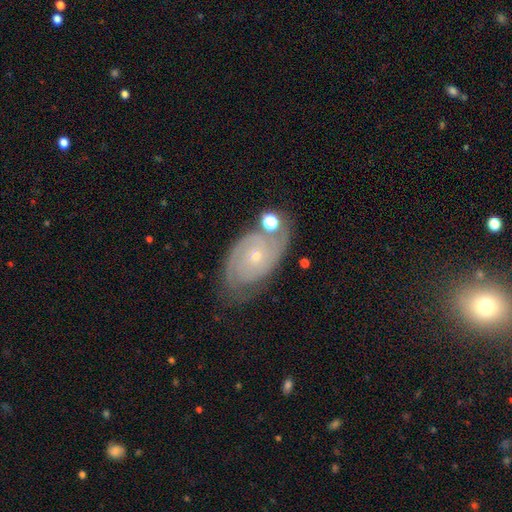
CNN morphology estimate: A featured or disk galaxy (83%) with no bar (79%), 2 (60%) tight (68%) spiral arms (95%) and a small central bulge (72%).

Vote fractions:
- Smooth or featured? featured or disk: 83% / smooth: 10% / star or artifact: 7%
- Edge-on disk? no: 96% / yes: 4%
- Bar? no: 79% / weak: 17% / strong: 4%
- Spiral arms? yes: 95% / no: 5%
- Spiral winding? tight: 68% / medium: 26% / loose: 6%
- Spiral arm count? 2: 60% / can't tell: 20% / 3: 10% / 1: 4% / 4: 4% / more than 4: 3%
- Bulge size? small: 72% / moderate: 24% / none: 1% / large: 1% / dominant: 1%
- Merging? none: 65% / minor disturbance: 19% / merger: 8% / major disturbance: 7%